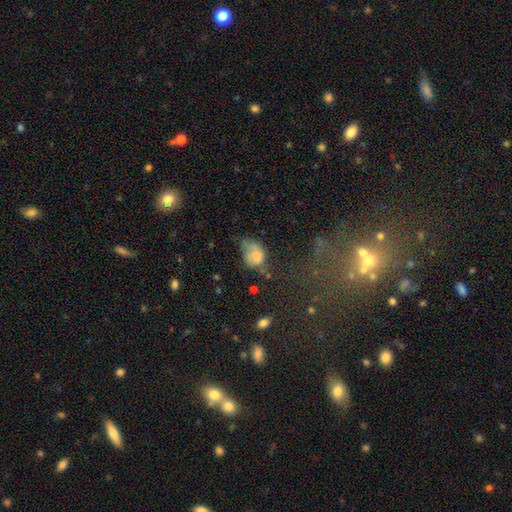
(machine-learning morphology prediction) smooth 71%, featured or disk 18%, star or artifact 11%. Down the decision tree: how rounded — in between (75%); merging — minor disturbance (34%).